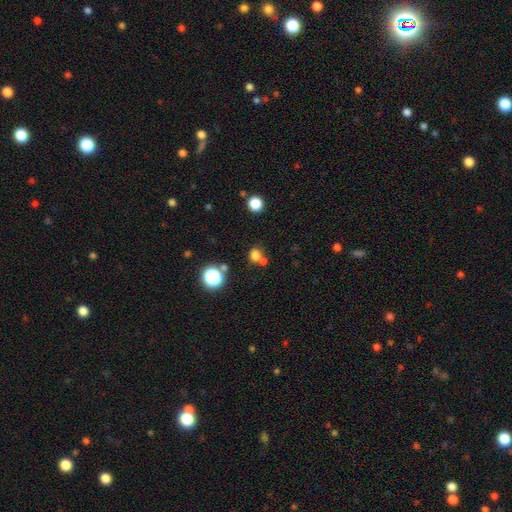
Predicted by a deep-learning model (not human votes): smooth 73%, star or artifact 19%, featured or disk 8%. Down the decision tree: how rounded — round (71%); merging — none (52%).